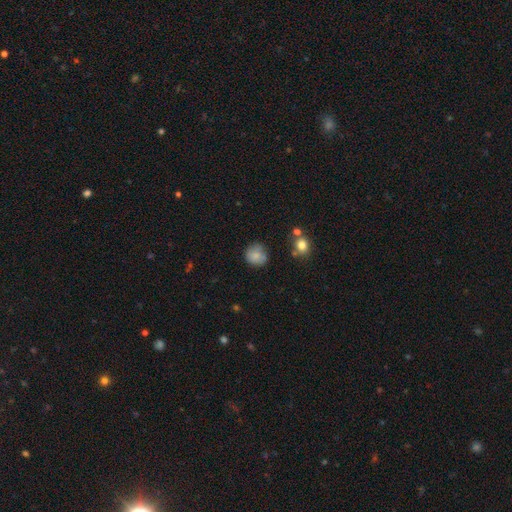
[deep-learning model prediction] smooth-or-featured: smooth: 80% | featured or disk: 10% | star or artifact: 9%
  how-rounded: round: 86% | in between: 13% | cigar-shaped: 1%
  merging: none: 68% | minor disturbance: 22% | major disturbance: 6% | merger: 4%